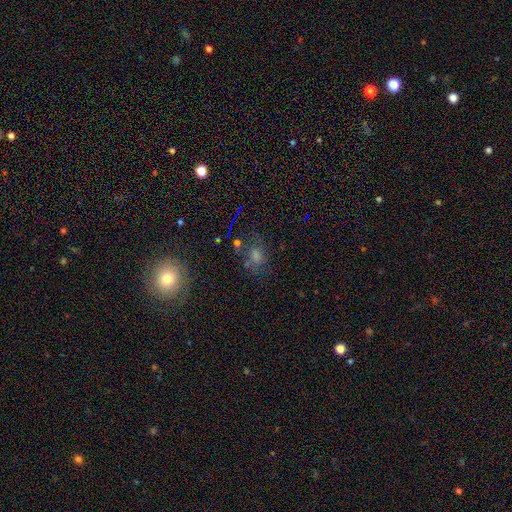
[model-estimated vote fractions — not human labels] Overall: smooth (41%; star or artifact 34%). Merging: none (64%).